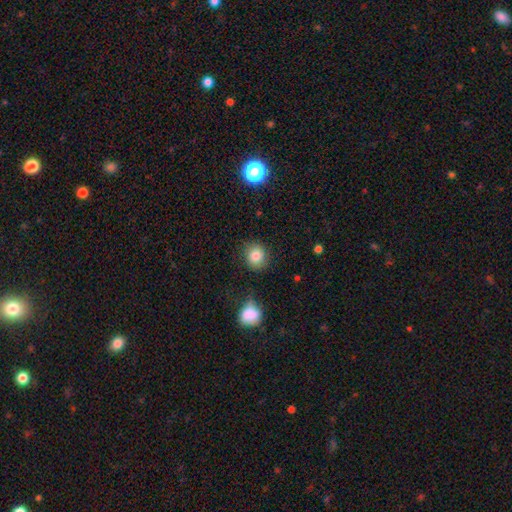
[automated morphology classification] Smooth or featured? smooth (83%)
How rounded? round (80%)
Merging? none (82%)